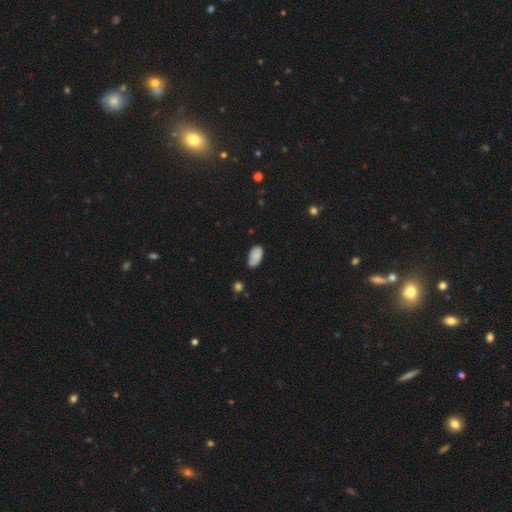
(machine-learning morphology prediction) The model was most divided on "merging": none: 59%, minor disturbance: 32%, major disturbance: 6%, merger: 3%. More confident: how rounded — in between (93%); smooth or featured — smooth (79%).